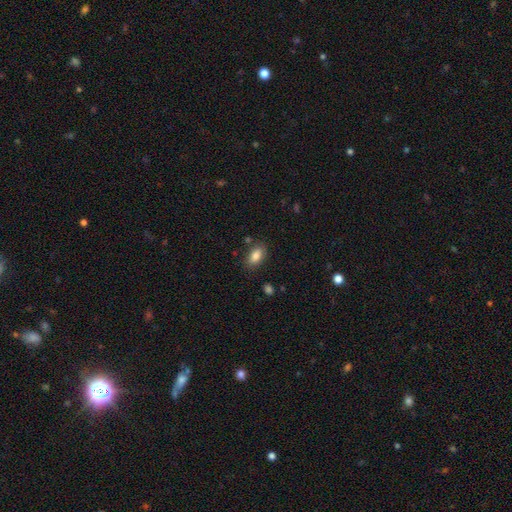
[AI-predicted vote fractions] A smooth galaxy with no disk features (85%) that is in between round and cigar-shaped (90%). Merging: none (81%).